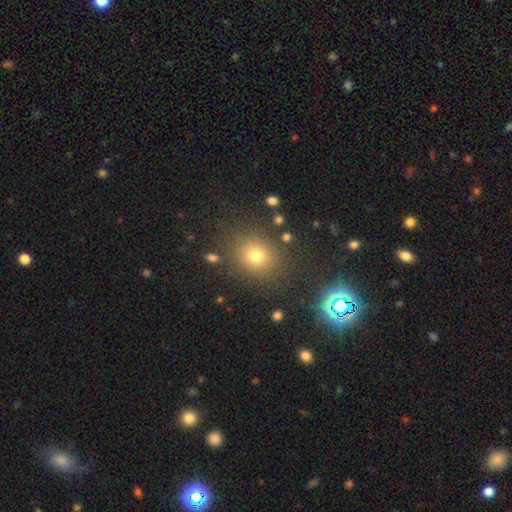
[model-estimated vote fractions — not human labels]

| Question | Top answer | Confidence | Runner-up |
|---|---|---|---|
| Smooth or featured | smooth | 73% | star or artifact (19%) |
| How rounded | round | 79% | in between (20%) |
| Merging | none | 84% | minor disturbance (9%) |